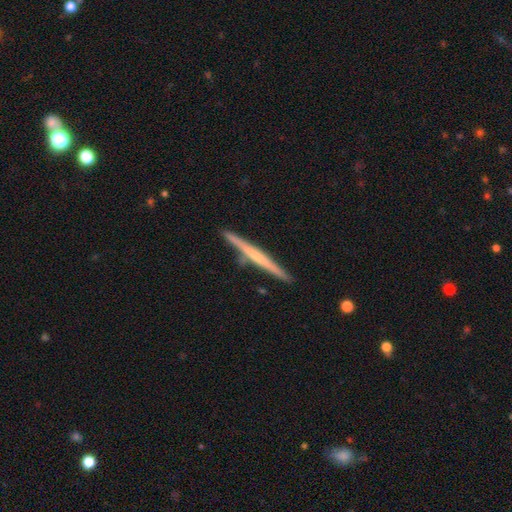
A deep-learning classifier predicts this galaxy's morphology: featured or disk 61%, smooth 34%, star or artifact 5%. Down the decision tree: edge-on disk — yes (98%); edge-on bulge — none (68%); merging — none (88%).